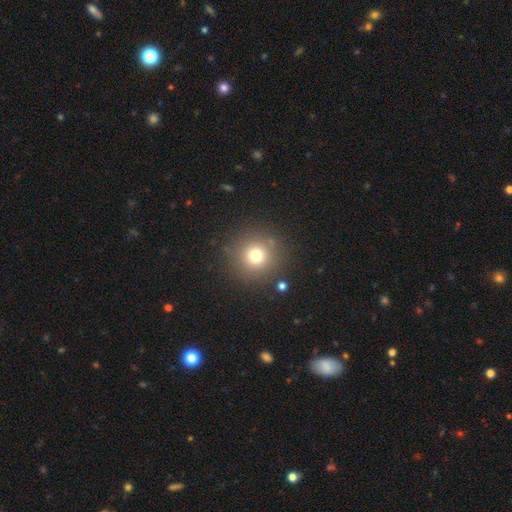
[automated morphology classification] Overall: smooth (74%). How rounded: round (94%). Merging: none (86%).